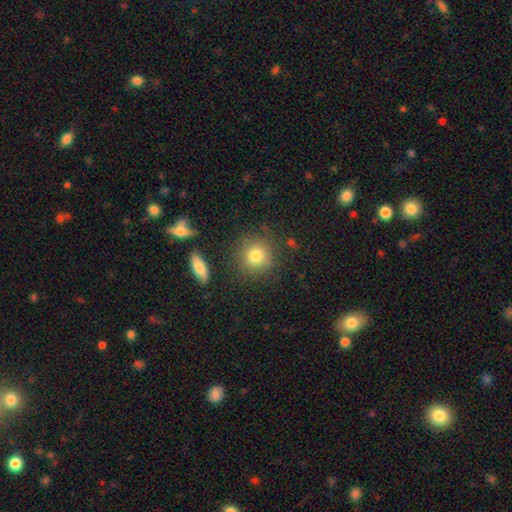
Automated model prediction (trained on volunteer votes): smooth 79%, star or artifact 11%, featured or disk 10%. Down the decision tree: how rounded — round (89%); merging — none (81%).